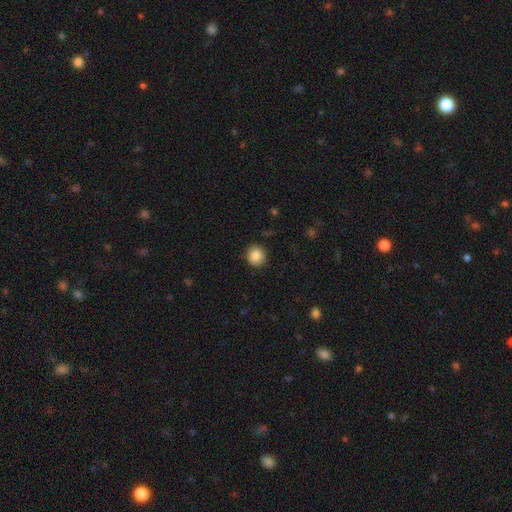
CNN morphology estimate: Q: Smooth or featured?
A: smooth (87%); runner-up: star or artifact (9%)
Q: How rounded?
A: round (91%); runner-up: in between (8%)
Q: Merging?
A: none (90%); runner-up: minor disturbance (7%)